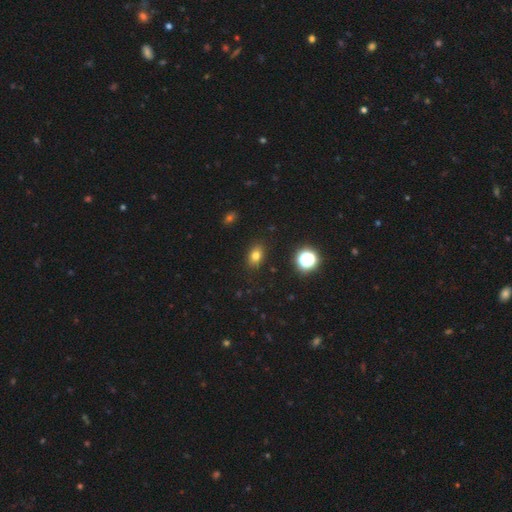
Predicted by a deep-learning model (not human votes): smooth-or-featured: smooth: 76% | star or artifact: 16% | featured or disk: 9%
  how-rounded: in between: 73% | round: 25% | cigar-shaped: 2%
  merging: none: 87% | minor disturbance: 9% | major disturbance: 3% | merger: 1%